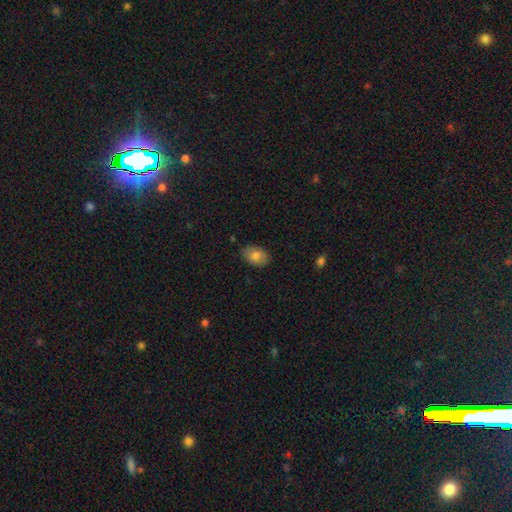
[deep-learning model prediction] A smooth galaxy with no disk features (81%) that is in between round and cigar-shaped (86%). Merging: none (85%).